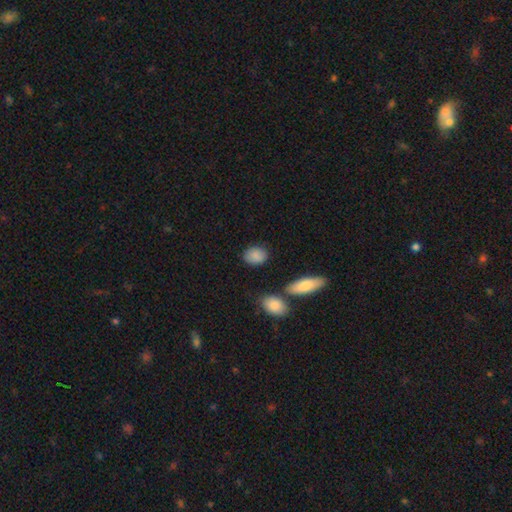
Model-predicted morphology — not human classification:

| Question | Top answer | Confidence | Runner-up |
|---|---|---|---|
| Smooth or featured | smooth | 87% | star or artifact (7%) |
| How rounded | in between | 64% | round (34%) |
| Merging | none | 83% | minor disturbance (11%) |